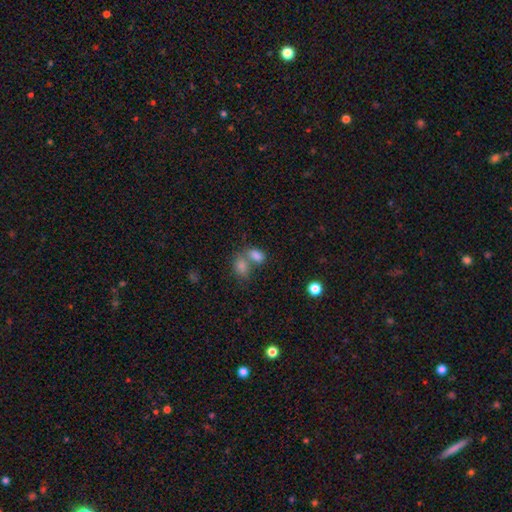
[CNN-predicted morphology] smooth-or-featured: smooth: 82% | star or artifact: 11% | featured or disk: 8%
  how-rounded: in between: 85% | round: 14% | cigar-shaped: 2%
  merging: merger: 55% | none: 32% | minor disturbance: 8% | major disturbance: 4%